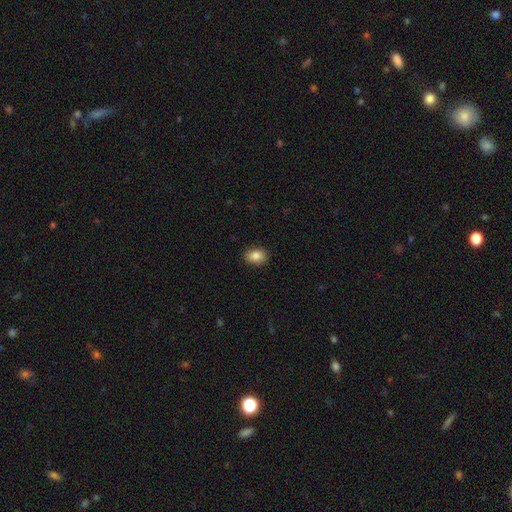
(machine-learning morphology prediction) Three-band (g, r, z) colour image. It shows a smooth galaxy with no disk features (85%) that is in between round and cigar-shaped (75%). Merging: none (89%).